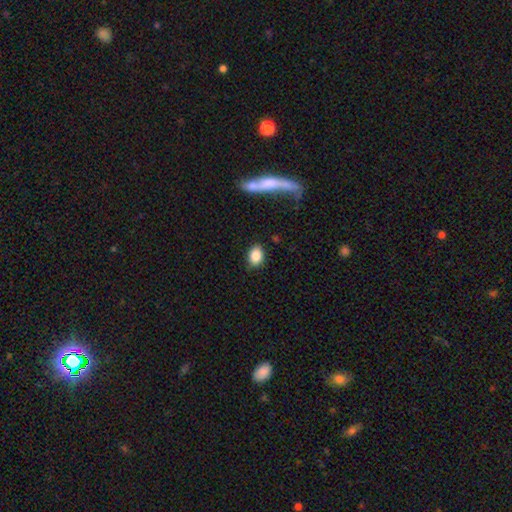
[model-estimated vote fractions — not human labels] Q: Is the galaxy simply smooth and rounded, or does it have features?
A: smooth — 85%.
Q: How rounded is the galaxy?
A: in between — 66%.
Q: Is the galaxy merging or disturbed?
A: none — 84%.